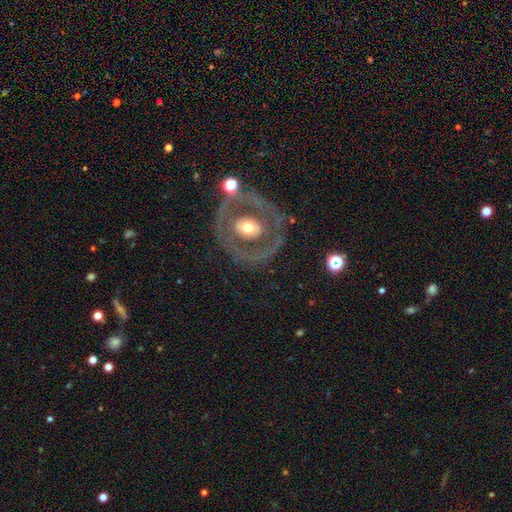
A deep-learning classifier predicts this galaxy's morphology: Q: Smooth or featured?
A: featured or disk (72%); runner-up: smooth (20%)
Q: Edge-on disk?
A: no (93%); runner-up: yes (7%)
Q: Bar?
A: no (58%); runner-up: weak (22%)
Q: Spiral arms?
A: no (64%); runner-up: yes (36%)
Q: Bulge size?
A: moderate (67%); runner-up: small (17%)
Q: Merging?
A: none (70%); runner-up: minor disturbance (14%)